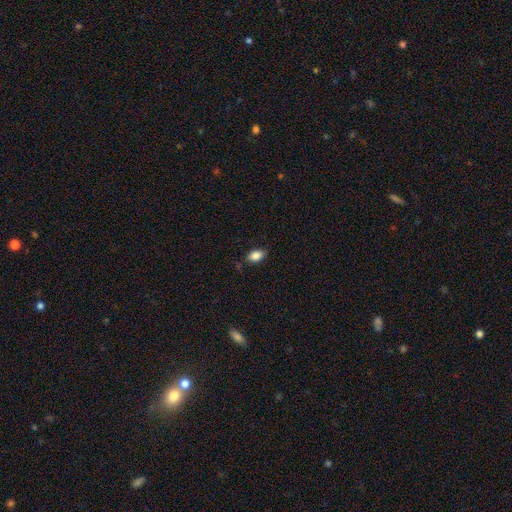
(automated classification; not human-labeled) A smooth galaxy with no disk features (85%) that is in between round and cigar-shaped (88%).

Vote fractions:
- Smooth or featured? smooth: 85% / star or artifact: 9% / featured or disk: 6%
- How rounded? in between: 88% / round: 10% / cigar-shaped: 2%
- Merging? none: 83% / minor disturbance: 13% / major disturbance: 3% / merger: 2%